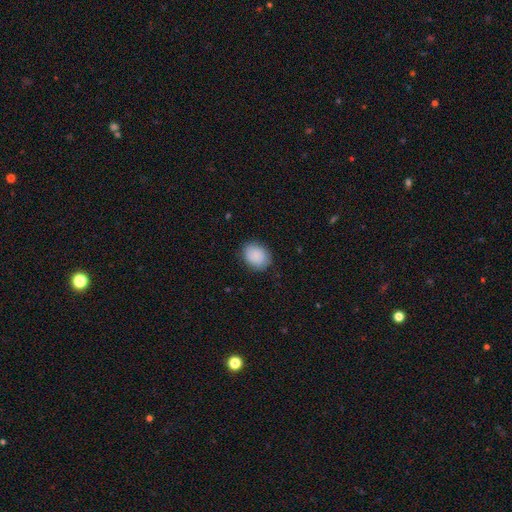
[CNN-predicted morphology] Smooth or featured? smooth (88%)
How rounded? in between (53%)
Merging? none (83%)